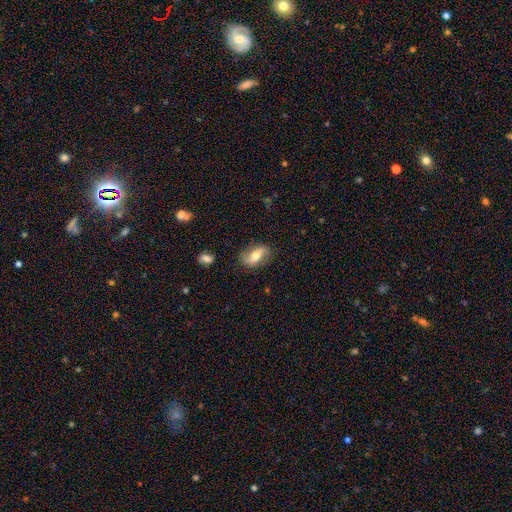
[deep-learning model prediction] This is possibly a featured or disk galaxy (58%). It is clearly not viewed edge-on (88%). Bar: marginally no (35%, tied with strong). Spiral arm pattern: likely yes (79%). Central bulge: likely moderate (70%). Merging: likely none (80%).